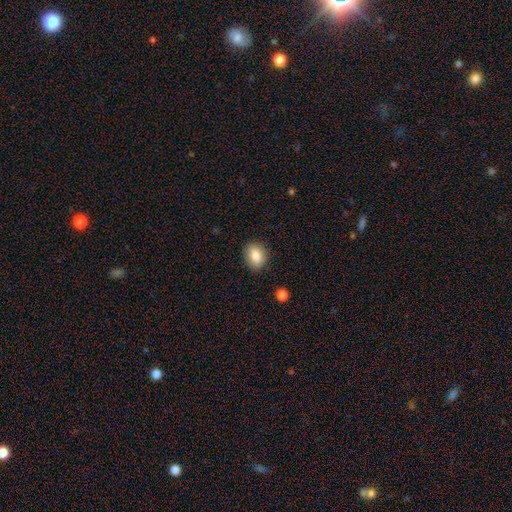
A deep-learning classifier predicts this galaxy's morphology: This is clearly a smooth galaxy (83%). How rounded: possibly in between (56%). Merging: clearly none (85%).